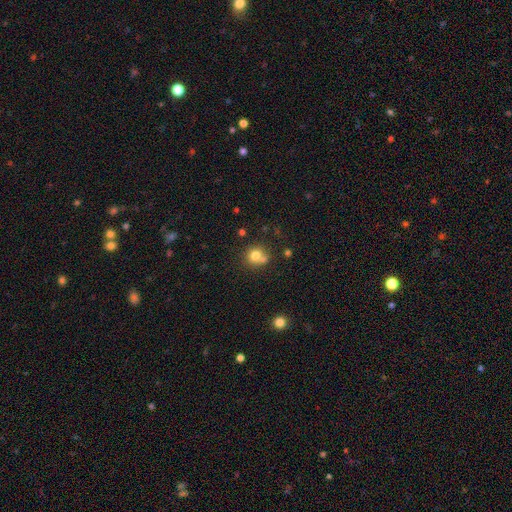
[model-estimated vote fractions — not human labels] Overall: smooth (76%). How rounded: round (84%). Merging: none (55%; merger 30%).